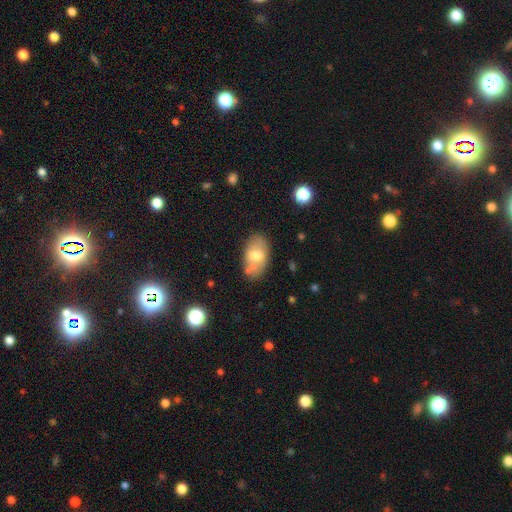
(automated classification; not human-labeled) The model was most divided on "smooth or featured": smooth: 64%, featured or disk: 29%, star or artifact: 7%. More confident: how rounded — in between (92%); merging — none (68%).